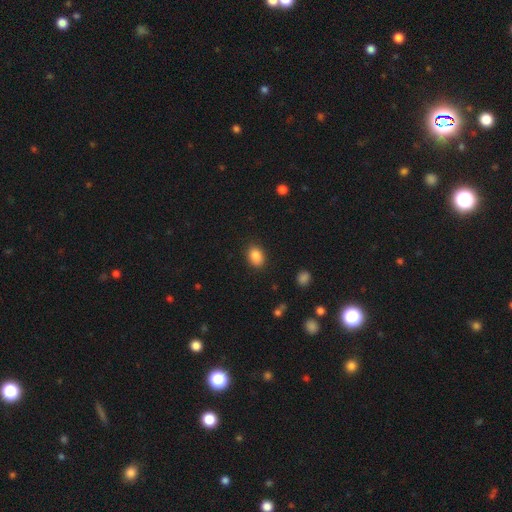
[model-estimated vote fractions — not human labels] Smooth or featured: smooth — 86% (star or artifact — 9%)
How rounded: in between — 70% (round — 29%)
Merging: none — 85% (minor disturbance — 11%)